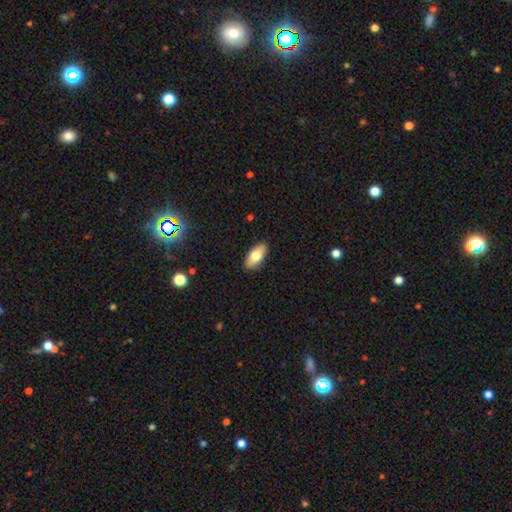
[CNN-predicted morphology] The model was most divided on "smooth or featured": smooth: 74%, featured or disk: 20%, star or artifact: 7%. More confident: merging — none (89%); how rounded — in between (88%).